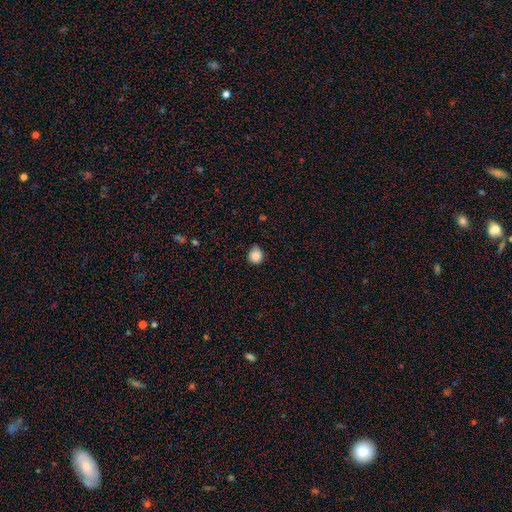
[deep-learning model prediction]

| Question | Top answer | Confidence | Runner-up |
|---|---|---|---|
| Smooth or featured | smooth | 87% | star or artifact (10%) |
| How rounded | round | 84% | in between (15%) |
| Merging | none | 75% | minor disturbance (20%) |